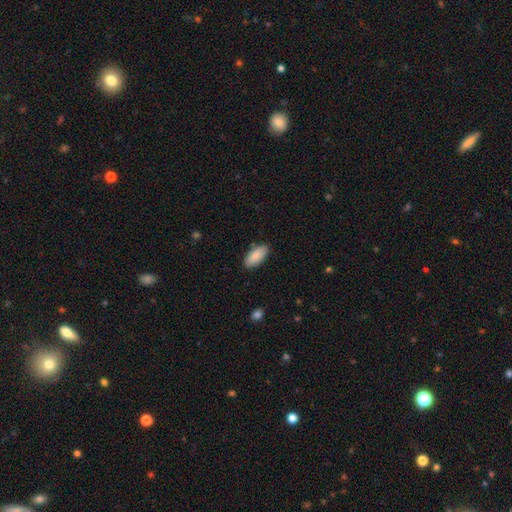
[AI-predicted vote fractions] This is clearly a smooth galaxy (88%). How rounded: clearly in between (89%). Merging: clearly none (87%).